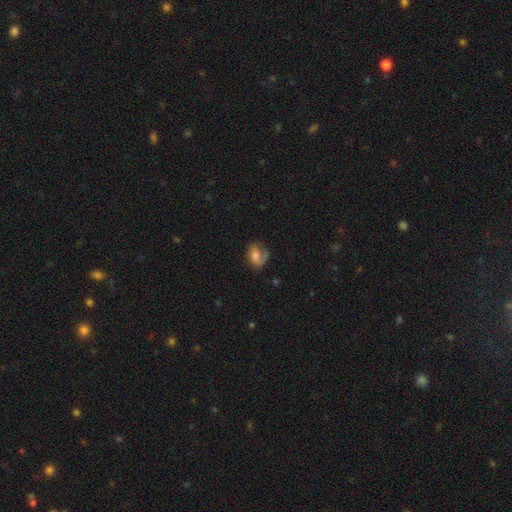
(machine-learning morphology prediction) smooth_or_featured: smooth (p=0.57) [alt: featured or disk p=0.35]
how_rounded: in between (p=0.61) [alt: round p=0.38]
merging: none (p=0.52) [alt: minor disturbance p=0.27]